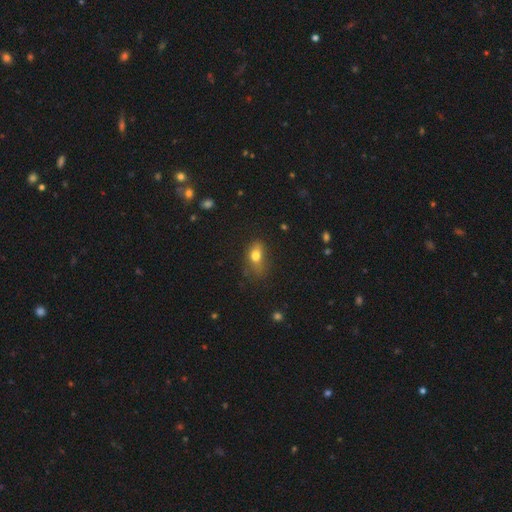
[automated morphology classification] This appears to be a smooth galaxy with no disk features (75%) that is in between round and cigar-shaped (79%). Merging: none (48%).